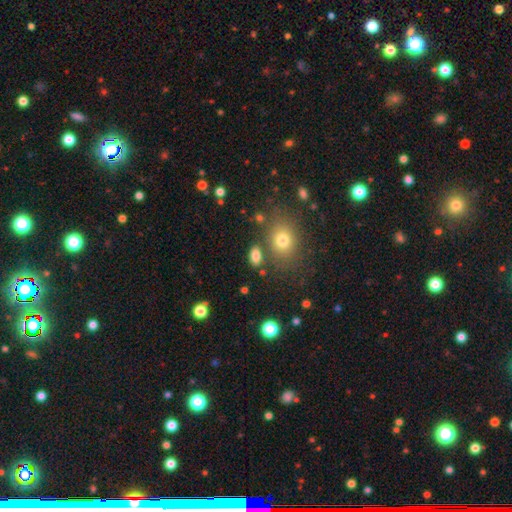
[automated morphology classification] Smooth or featured? smooth (81%)
How rounded? in between (87%)
Merging? none (77%)